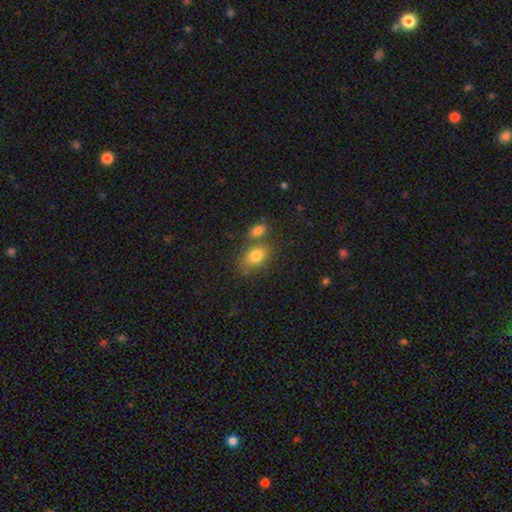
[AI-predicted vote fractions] A smooth galaxy with no disk features (80%) that is in between round and cigar-shaped (73%). Merging: none (56%).